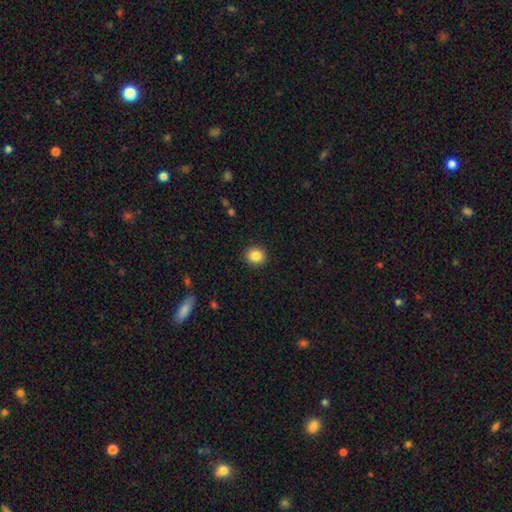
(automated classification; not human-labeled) Smooth or featured? Predicted: smooth (p=0.86). How rounded? Predicted: round (p=0.87). Merging? Predicted: none (p=0.92).